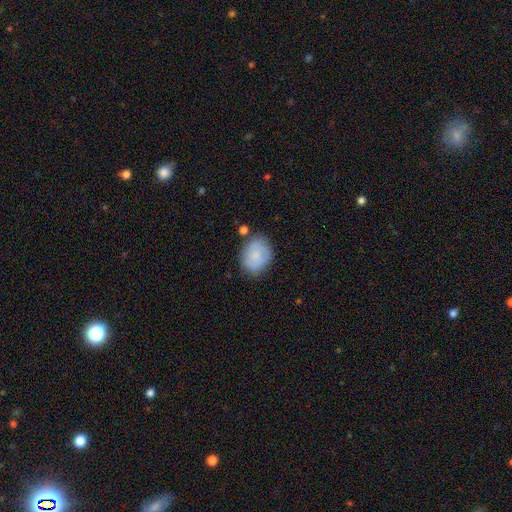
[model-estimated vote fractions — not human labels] Overall: smooth (76%). How rounded: in between (57%; round 41%). Merging: none (69%).